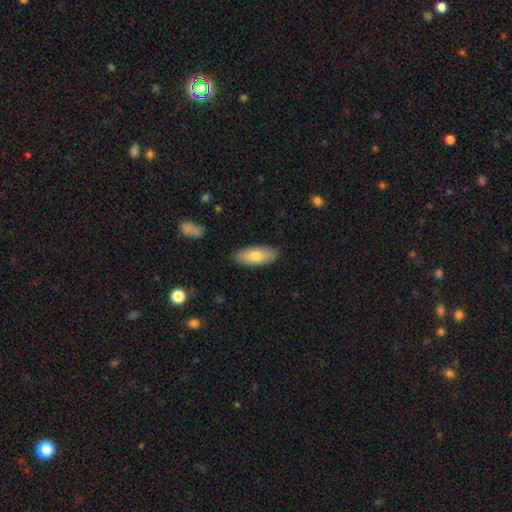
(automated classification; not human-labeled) The model was most divided on "smooth or featured": smooth: 77%, featured or disk: 17%, star or artifact: 6%. More confident: merging — none (86%); how rounded — in between (81%).